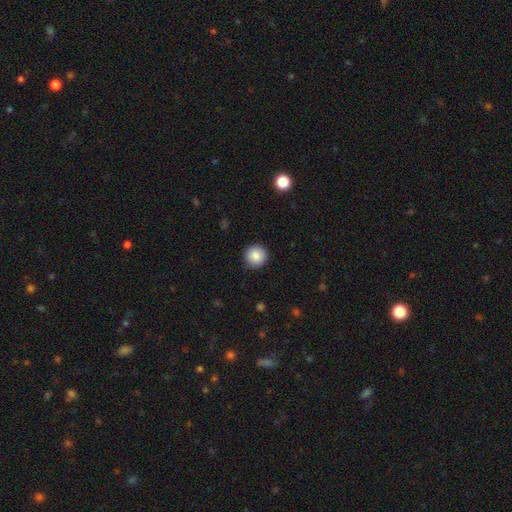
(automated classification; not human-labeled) Q: Smooth or featured?
A: smooth (87%); runner-up: star or artifact (8%)
Q: How rounded?
A: round (94%); runner-up: in between (5%)
Q: Merging?
A: none (90%); runner-up: minor disturbance (7%)